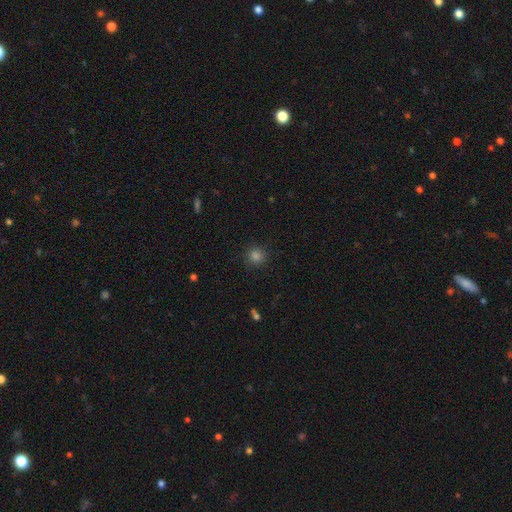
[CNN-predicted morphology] Smooth or featured: smooth — 81% (star or artifact — 16%)
How rounded: round — 92% (in between — 7%)
Merging: none — 89% (minor disturbance — 7%)